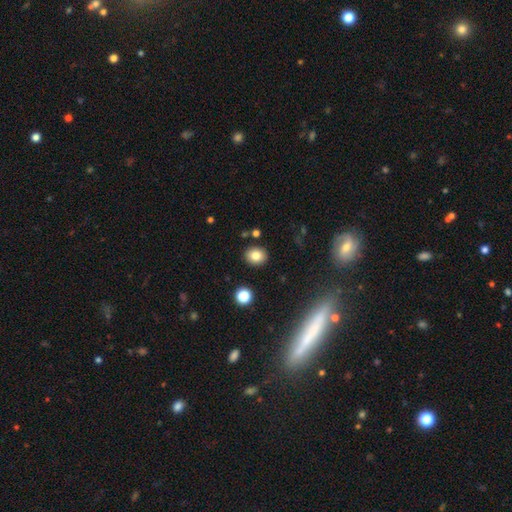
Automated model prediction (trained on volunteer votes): smooth_or_featured: smooth (p=0.81) [alt: star or artifact p=0.11]
how_rounded: round (p=0.69) [alt: in between p=0.30]
merging: none (p=0.88) [alt: minor disturbance p=0.07]